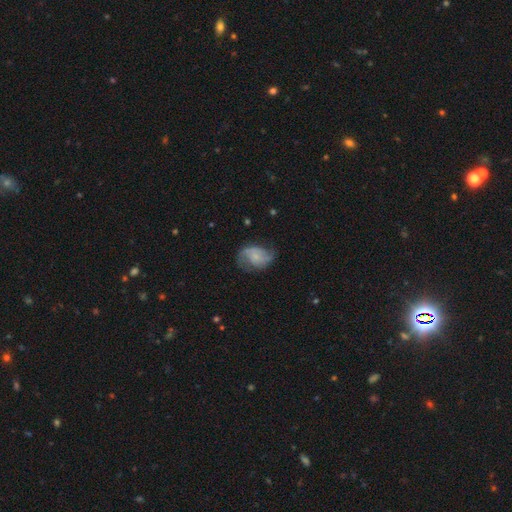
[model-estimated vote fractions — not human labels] featured or disk 66%, smooth 27%, star or artifact 7%. Down the decision tree: edge-on disk — no (98%); bar — no (67%); spiral arms — yes (90%); spiral arm count — 2 (79%); spiral winding — medium (43%); bulge size — small (46%); merging — none (58%).